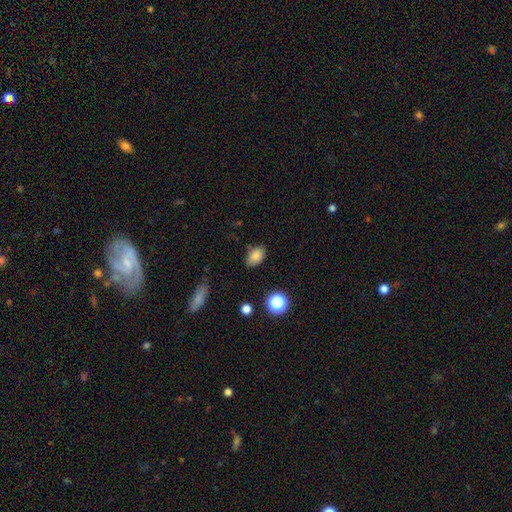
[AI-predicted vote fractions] Morphology: type=smooth (82%); roundness=in between (84%); merging=none (79%).